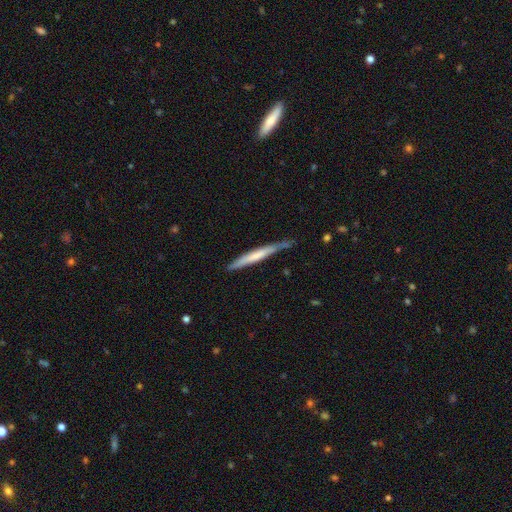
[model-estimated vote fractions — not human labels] A smooth galaxy with no disk features (54%) that is cigar-shaped (96%). Merging: none (70%).